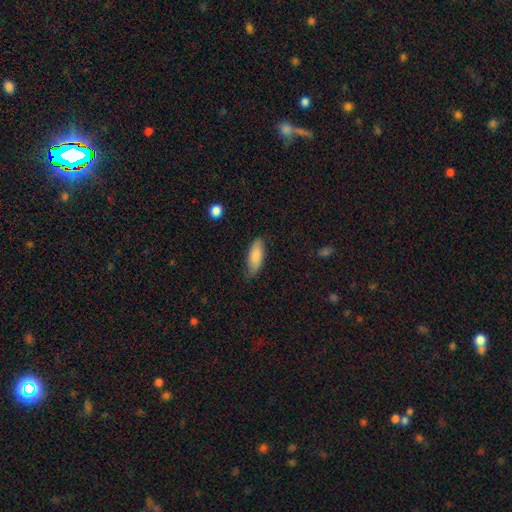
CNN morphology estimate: type=smooth (83%); roundness=in between (74%); merging=none (75%).